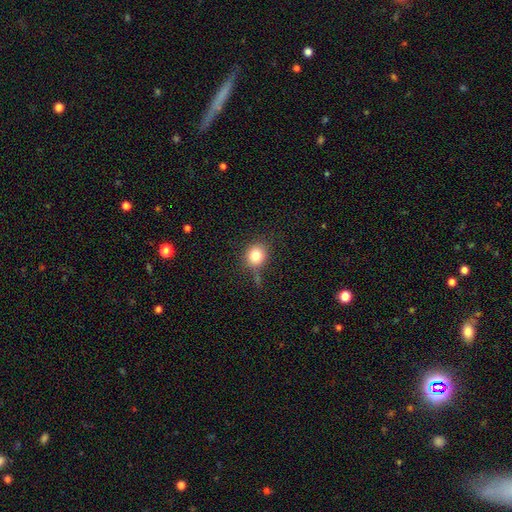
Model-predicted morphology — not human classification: smooth 80%, star or artifact 12%, featured or disk 9%. Down the decision tree: how rounded — round (84%); merging — none (70%).